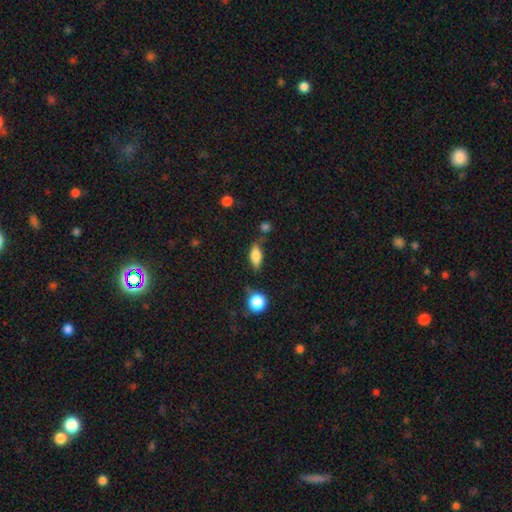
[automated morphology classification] A smooth galaxy with no disk features (77%) that is in between round and cigar-shaped (81%). Merging: none (66%).